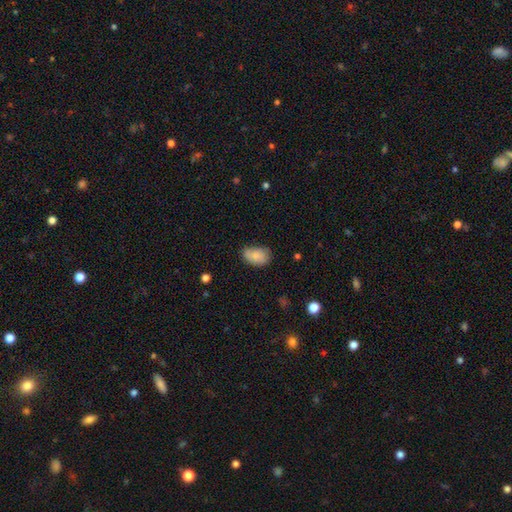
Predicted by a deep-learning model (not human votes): This appears to be a smooth galaxy with no disk features (80%) that is in between round and cigar-shaped (89%). Merging: none (61%).